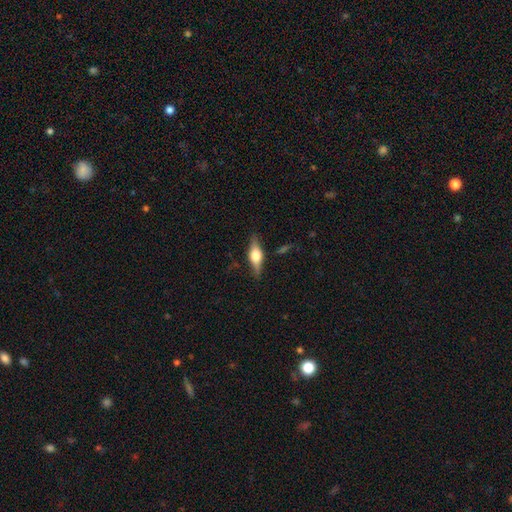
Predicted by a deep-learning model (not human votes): A featured or disk galaxy (65%) viewed edge-on (95%) with a rounded central bulge (92%). Merging: none (85%).